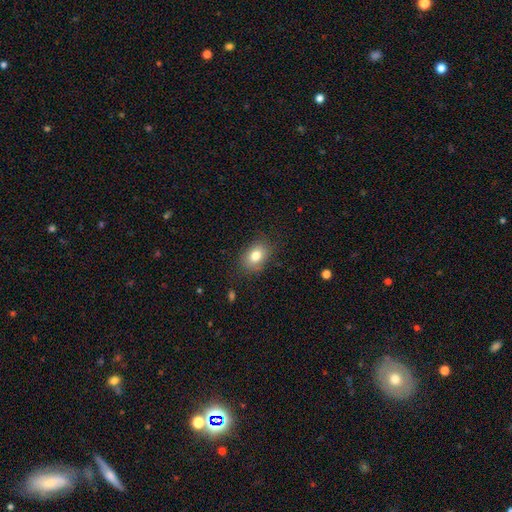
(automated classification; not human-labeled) This appears to be a smooth galaxy with no disk features (79%) that is in between round and cigar-shaped (72%). Merging: none (81%).